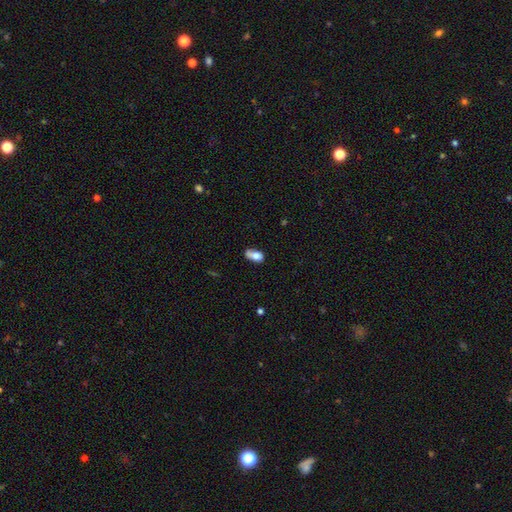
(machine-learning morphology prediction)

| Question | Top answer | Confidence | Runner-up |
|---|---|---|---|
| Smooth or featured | smooth | 74% | featured or disk (18%) |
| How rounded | in between | 86% | round (10%) |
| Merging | none | 37% | minor disturbance (32%) |